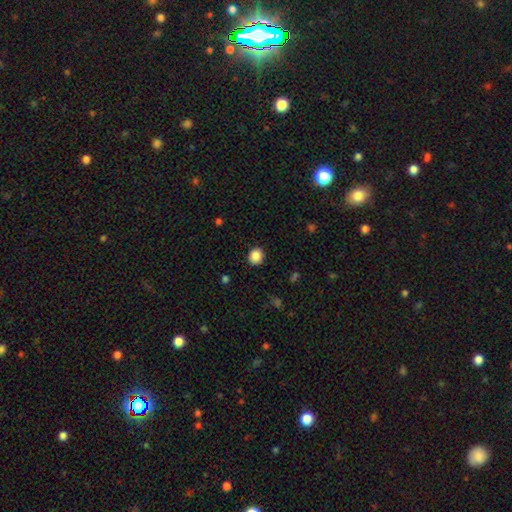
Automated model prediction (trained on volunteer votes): smooth-or-featured: smooth: 87% | star or artifact: 9% | featured or disk: 3%
  how-rounded: round: 83% | in between: 16% | cigar-shaped: 1%
  merging: none: 90% | minor disturbance: 6% | major disturbance: 2% | merger: 1%